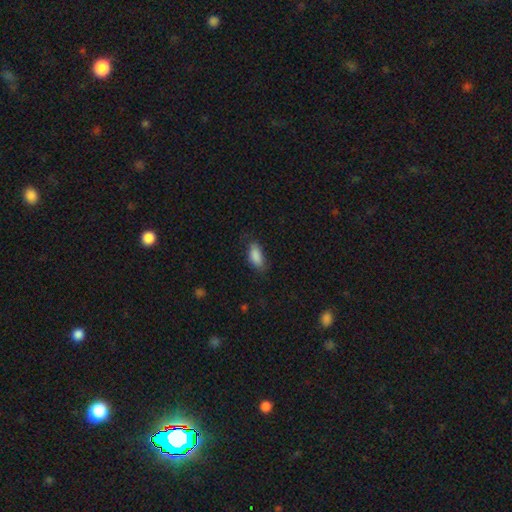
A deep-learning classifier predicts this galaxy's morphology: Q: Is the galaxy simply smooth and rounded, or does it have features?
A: smooth — 87%.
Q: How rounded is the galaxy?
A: in between — 87%.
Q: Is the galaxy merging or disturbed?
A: none — 71%.